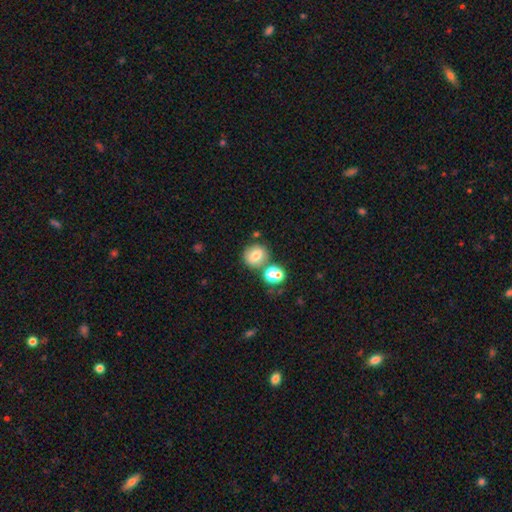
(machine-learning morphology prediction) smooth-or-featured: smooth: 76% | star or artifact: 12% | featured or disk: 11%
  how-rounded: round: 80% | in between: 19% | cigar-shaped: 1%
  merging: none: 65% | merger: 22% | minor disturbance: 10% | major disturbance: 4%